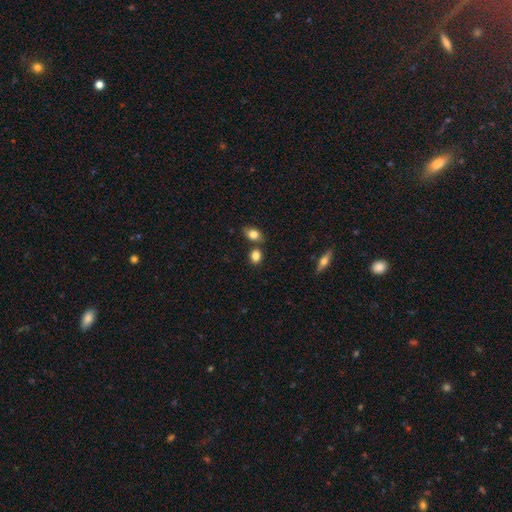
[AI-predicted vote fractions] This is clearly a smooth galaxy (82%). How rounded: possibly in between (56%). Merging: likely none (67%).